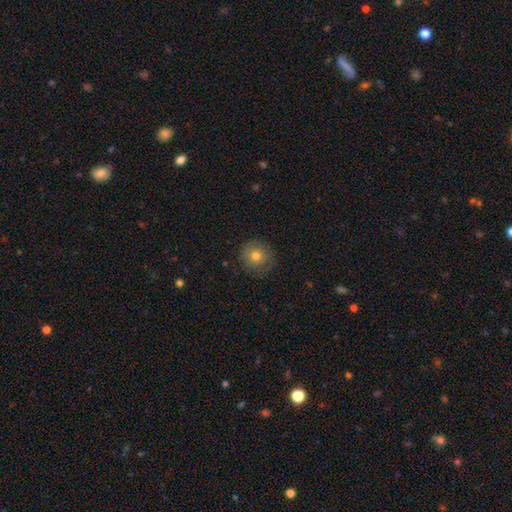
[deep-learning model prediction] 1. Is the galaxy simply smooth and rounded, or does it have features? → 74% smooth, 15% featured or disk, 11% star or artifact.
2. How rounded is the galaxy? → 93% round, 6% in between, 1% cigar-shaped.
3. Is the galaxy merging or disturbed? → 84% none, 12% minor disturbance, 3% major disturbance, 1% merger.